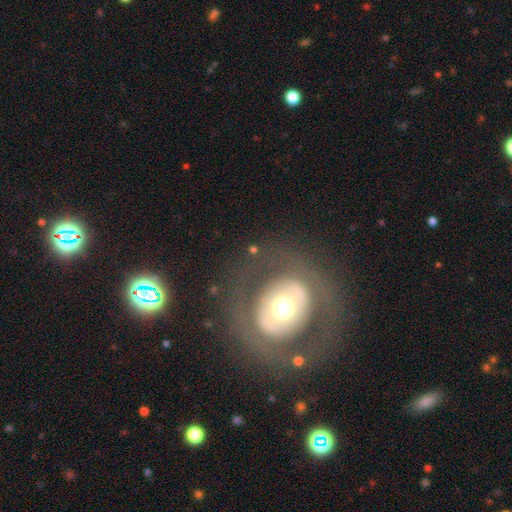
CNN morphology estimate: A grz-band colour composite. It shows a featured or disk galaxy (58%) with no bar (76%), no spiral arms (80%) and a moderate central bulge (61%). Merging: none (79%).